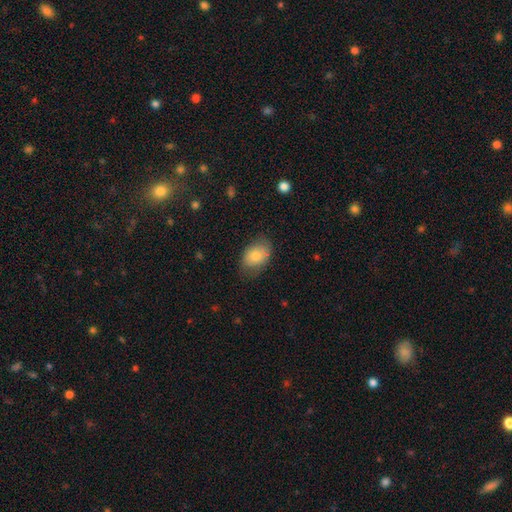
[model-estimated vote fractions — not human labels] Q: Smooth or featured?
A: smooth (78%); runner-up: featured or disk (15%)
Q: How rounded?
A: in between (80%); runner-up: round (19%)
Q: Merging?
A: none (68%); runner-up: minor disturbance (24%)